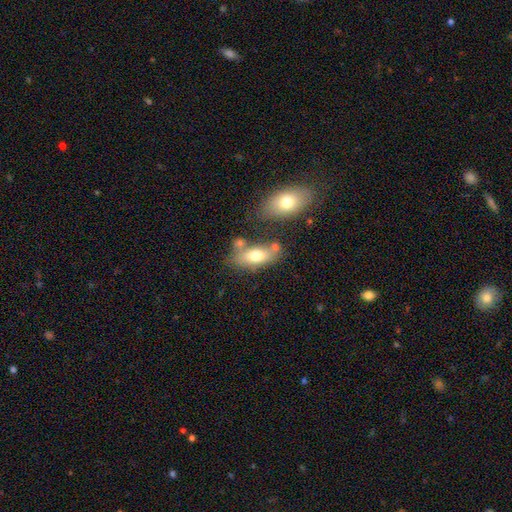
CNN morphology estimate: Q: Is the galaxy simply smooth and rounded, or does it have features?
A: smooth — 72%.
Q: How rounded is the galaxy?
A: in between — 84%.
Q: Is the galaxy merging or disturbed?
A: none — 55%.